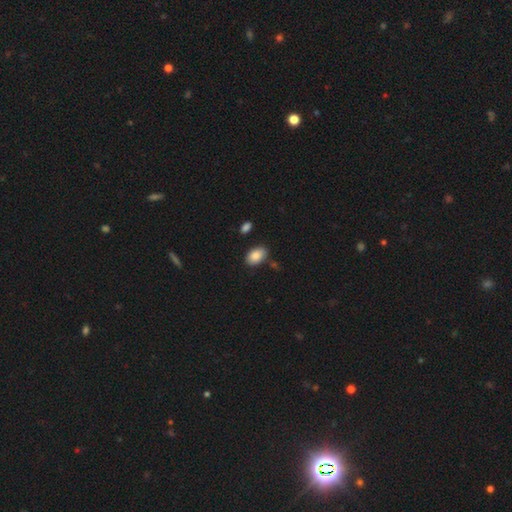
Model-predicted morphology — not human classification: The model was most divided on "merging": none: 80%, minor disturbance: 13%, merger: 4%, major disturbance: 3%. More confident: how rounded — in between (91%); smooth or featured — smooth (88%).